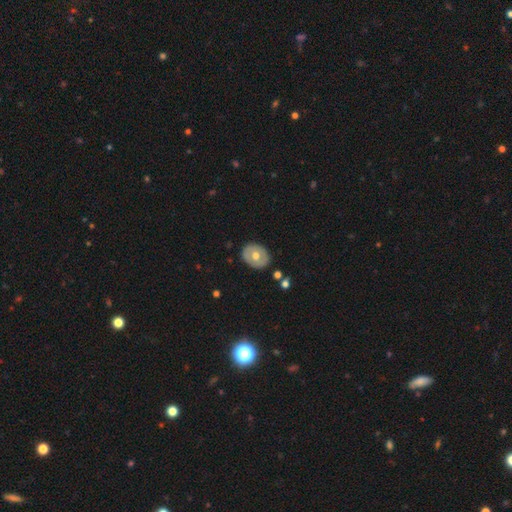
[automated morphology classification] Smooth or featured? smooth (53%)
How rounded? in between (53%)
Merging? none (86%)